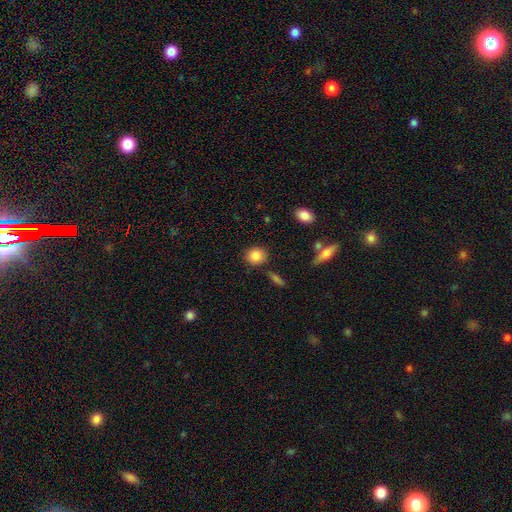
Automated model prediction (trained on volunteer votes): Smooth or featured? smooth (85%)
How rounded? round (75%)
Merging? none (84%)